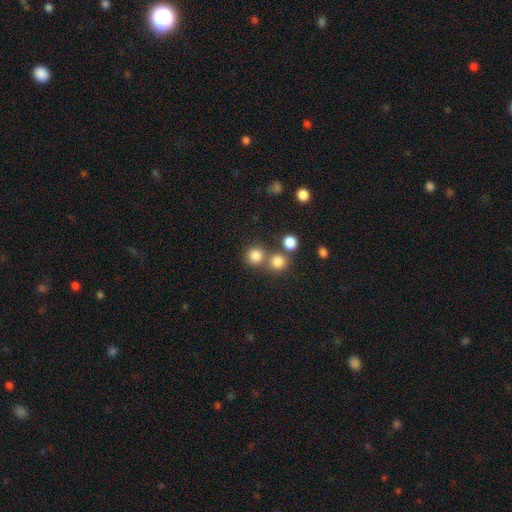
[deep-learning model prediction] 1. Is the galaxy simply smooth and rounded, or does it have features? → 80% smooth, 14% star or artifact, 6% featured or disk.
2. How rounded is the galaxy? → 91% round, 8% in between, 1% cigar-shaped.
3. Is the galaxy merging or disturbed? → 65% none, 24% merger, 7% minor disturbance, 3% major disturbance.